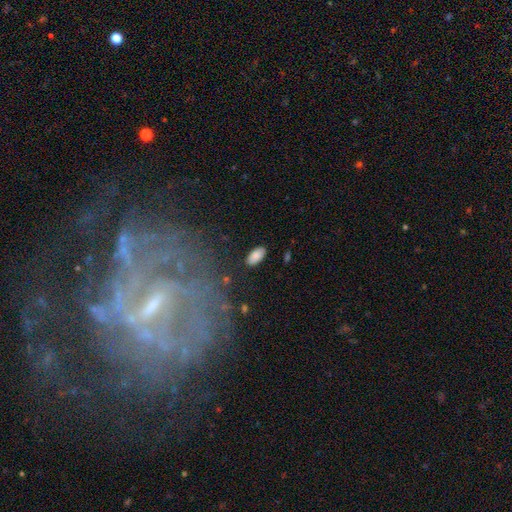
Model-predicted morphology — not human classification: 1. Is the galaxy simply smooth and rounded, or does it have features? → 85% smooth, 7% star or artifact, 7% featured or disk.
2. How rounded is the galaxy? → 94% in between, 4% cigar-shaped, 2% round.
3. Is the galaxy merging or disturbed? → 84% none, 11% minor disturbance, 3% major disturbance, 2% merger.